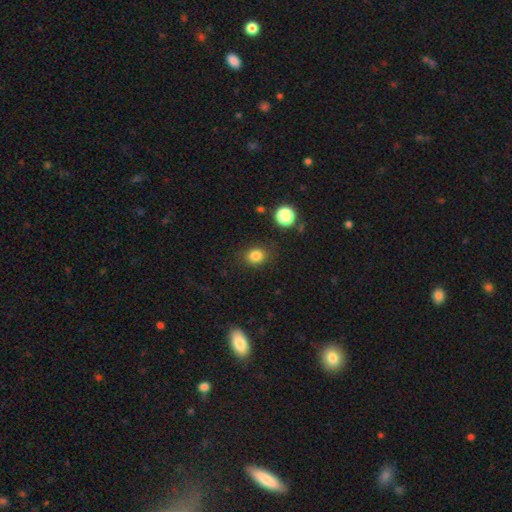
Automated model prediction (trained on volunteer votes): Smooth or featured?
  - smooth: 83% *
  - star or artifact: 12%
  - featured or disk: 5%
How rounded?
  - round: 66% *
  - in between: 33%
  - cigar-shaped: 1%
Merging?
  - none: 84% *
  - minor disturbance: 10%
  - major disturbance: 3%
  - merger: 2%